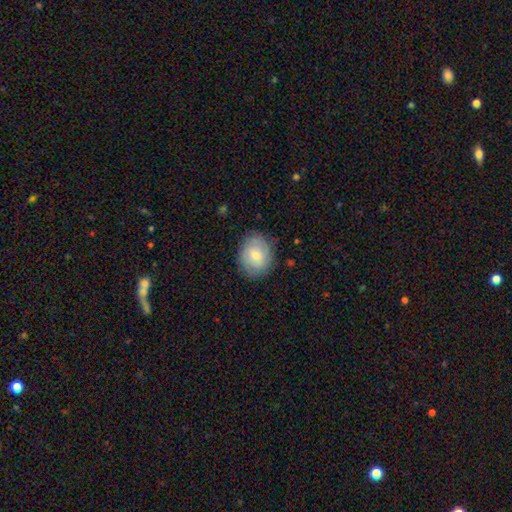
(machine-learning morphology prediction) smooth_or_featured: smooth (p=0.68) [alt: featured or disk p=0.25]
how_rounded: round (p=0.61) [alt: in between p=0.38]
merging: none (p=0.80) [alt: minor disturbance p=0.15]